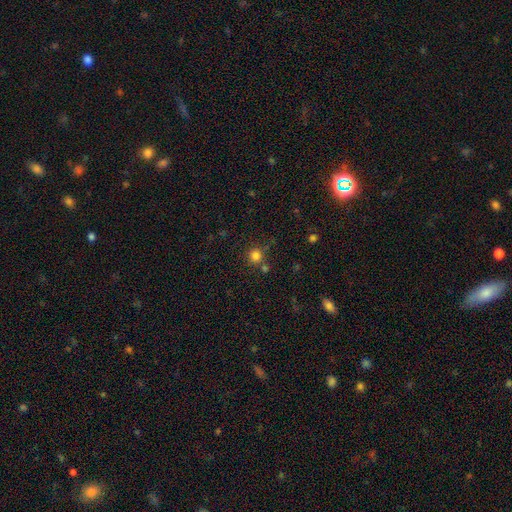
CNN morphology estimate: A smooth galaxy with no disk features (80%) that is round (92%). Merging: none (74%).